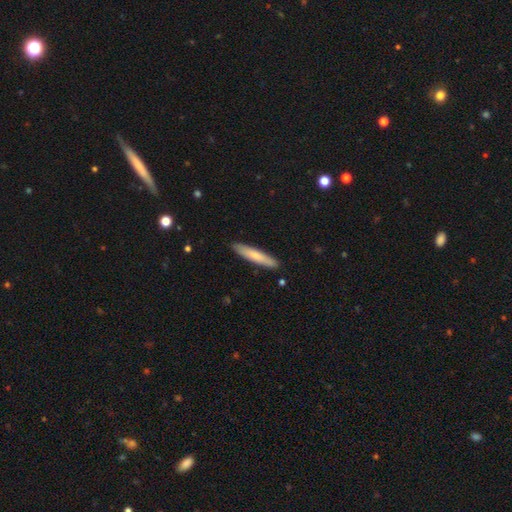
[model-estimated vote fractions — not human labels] smooth_or_featured: smooth (p=0.69) [alt: featured or disk p=0.26]
how_rounded: cigar-shaped (p=0.90) [alt: in between p=0.09]
merging: none (p=0.89) [alt: minor disturbance p=0.08]